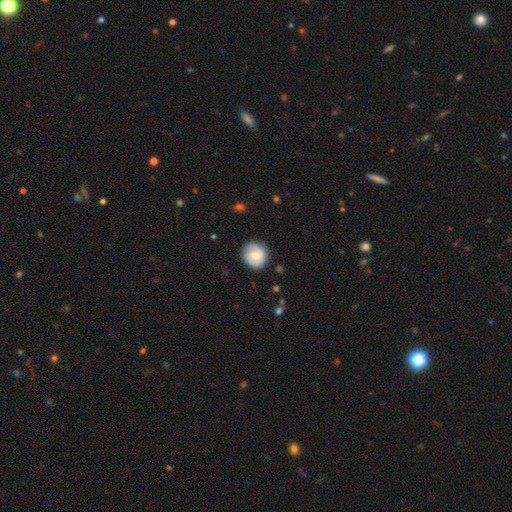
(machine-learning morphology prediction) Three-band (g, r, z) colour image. It shows a smooth galaxy with no disk features (68%) that is round (84%). Merging: none (80%).